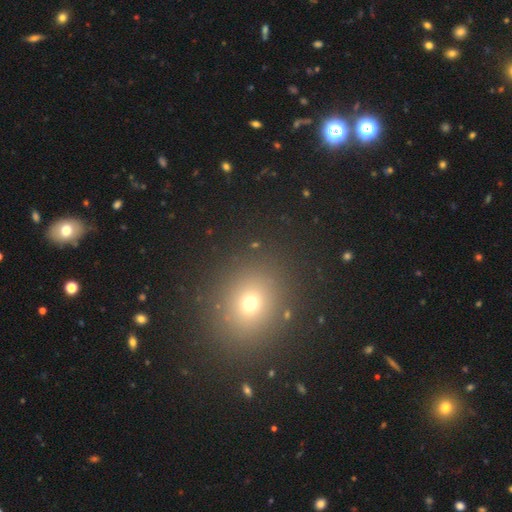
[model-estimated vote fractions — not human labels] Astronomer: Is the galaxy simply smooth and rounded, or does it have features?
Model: smooth — 59%.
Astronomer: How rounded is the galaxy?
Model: round — 72%.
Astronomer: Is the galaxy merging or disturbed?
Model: none — 90%.